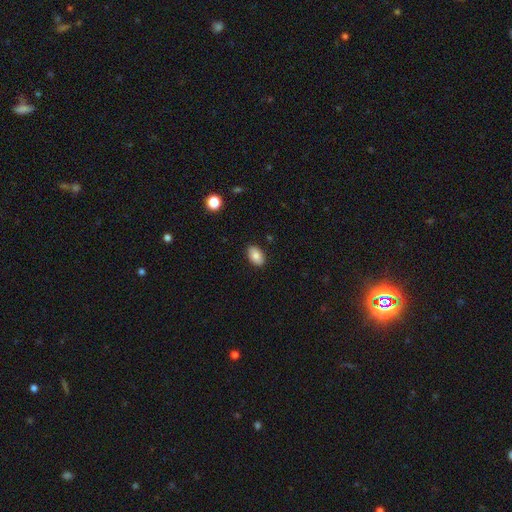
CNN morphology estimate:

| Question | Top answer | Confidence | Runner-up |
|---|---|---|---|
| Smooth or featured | smooth | 82% | featured or disk (10%) |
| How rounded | in between | 89% | round (9%) |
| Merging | none | 88% | minor disturbance (9%) |